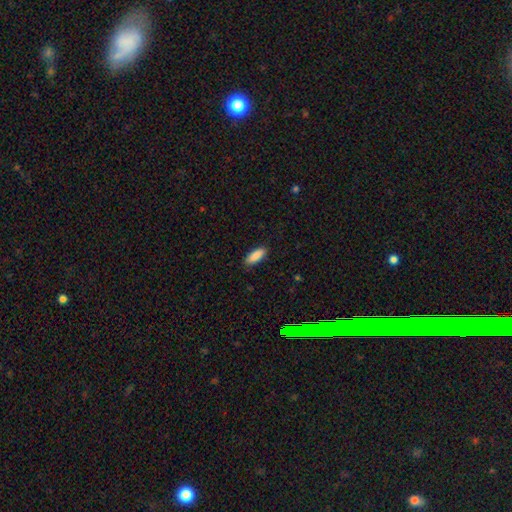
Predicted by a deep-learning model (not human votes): The model was most divided on "how rounded": in between: 74%, cigar-shaped: 24%, round: 2%. More confident: smooth or featured — smooth (89%); merging — none (88%).